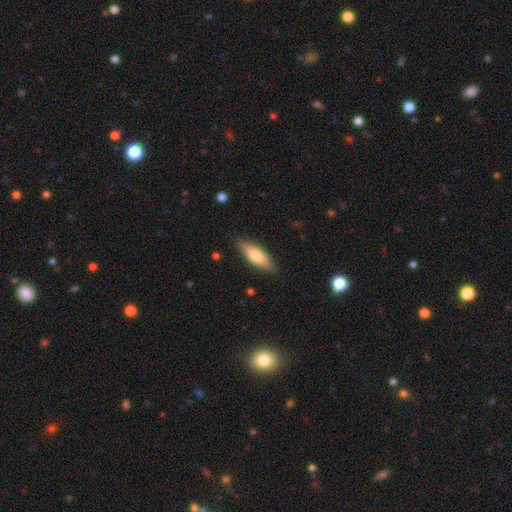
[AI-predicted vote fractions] This is likely a smooth galaxy (71%). How rounded: possibly in between (55%). Merging: clearly none (84%).